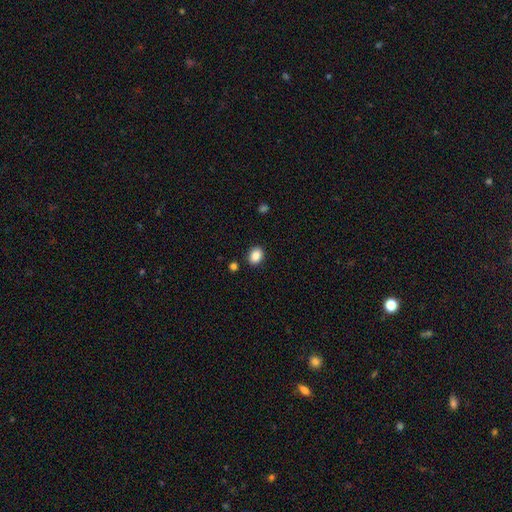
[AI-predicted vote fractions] Smooth or featured? smooth (87%)
How rounded? in between (62%)
Merging? none (88%)